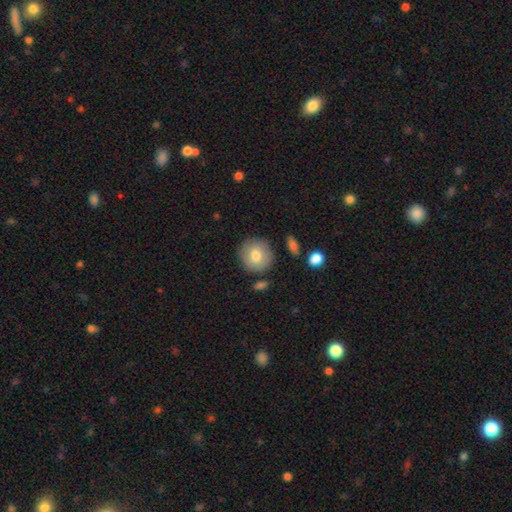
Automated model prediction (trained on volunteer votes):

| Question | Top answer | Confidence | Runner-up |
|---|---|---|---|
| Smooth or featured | smooth | 76% | featured or disk (17%) |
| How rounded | round | 92% | in between (7%) |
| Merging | none | 83% | minor disturbance (11%) |